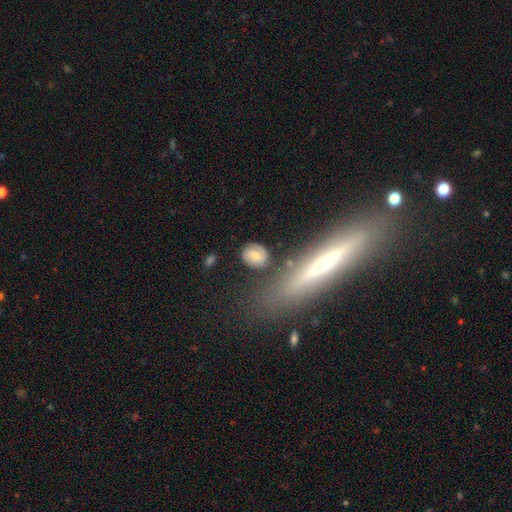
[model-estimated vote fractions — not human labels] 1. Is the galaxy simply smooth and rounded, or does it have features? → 54% smooth, 38% featured or disk, 8% star or artifact.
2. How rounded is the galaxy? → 53% round, 43% in between, 3% cigar-shaped.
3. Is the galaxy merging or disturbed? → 74% none, 14% minor disturbance, 6% merger, 5% major disturbance.